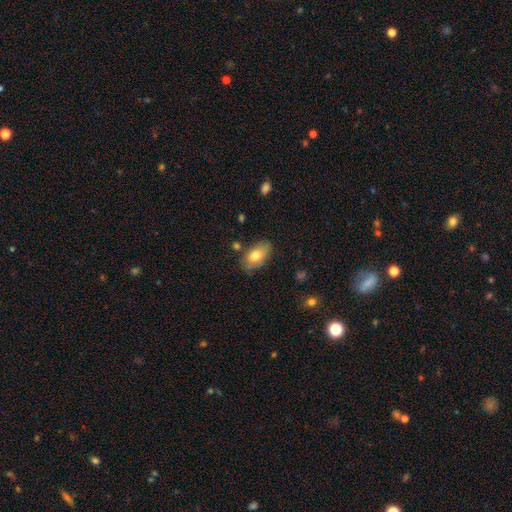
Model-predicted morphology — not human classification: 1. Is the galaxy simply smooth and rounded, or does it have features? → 74% smooth, 18% featured or disk, 7% star or artifact.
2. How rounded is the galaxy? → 92% in between, 6% round, 2% cigar-shaped.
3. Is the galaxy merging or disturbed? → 74% none, 19% minor disturbance, 4% major disturbance, 3% merger.